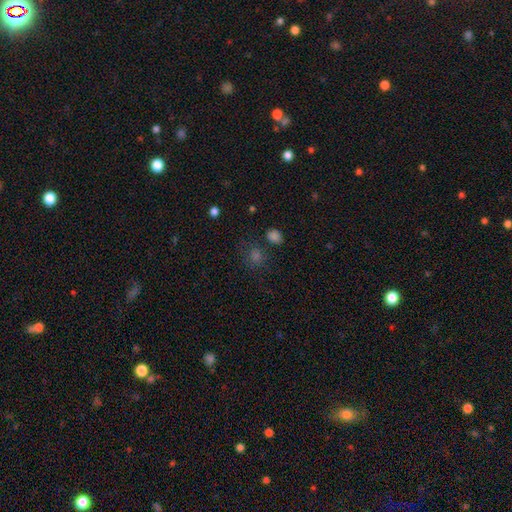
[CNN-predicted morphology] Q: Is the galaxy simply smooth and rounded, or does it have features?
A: smooth — 58%.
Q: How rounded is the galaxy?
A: round — 72%.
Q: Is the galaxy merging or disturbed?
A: none — 72%.